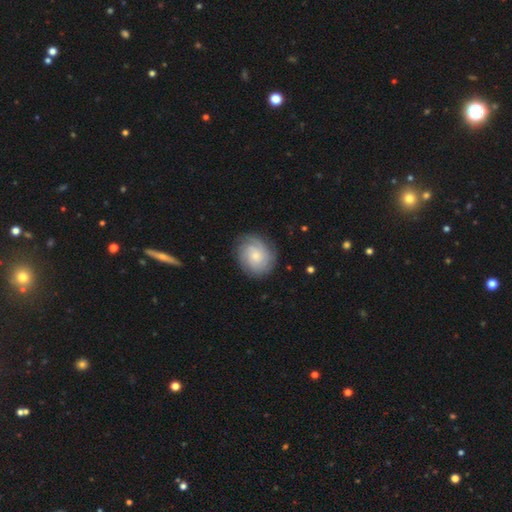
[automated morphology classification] smooth_or_featured: featured or disk (p=0.65) [alt: smooth p=0.28]
disk_edge_on: no (p=0.98) [alt: yes p=0.02]
bar: no (p=0.77) [alt: weak p=0.20]
has_spiral_arms: yes (p=0.94) [alt: no p=0.06]
spiral_winding: tight (p=0.69) [alt: medium p=0.24]
spiral_arm_count: can't tell (p=0.38) [alt: 3 p=0.20]
bulge_size: small (p=0.62) [alt: moderate p=0.30]
merging: none (p=0.81) [alt: minor disturbance p=0.13]